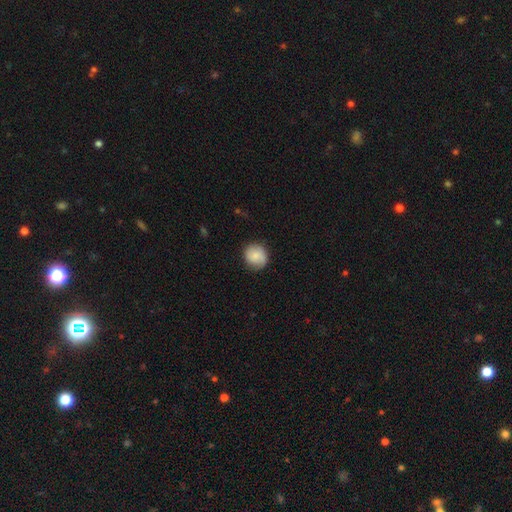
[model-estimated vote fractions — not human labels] smooth_or_featured: smooth (p=0.79) [alt: featured or disk p=0.14]
how_rounded: round (p=0.87) [alt: in between p=0.12]
merging: none (p=0.82) [alt: minor disturbance p=0.14]